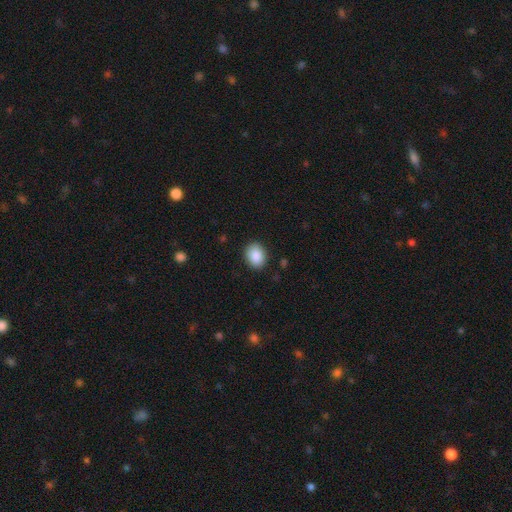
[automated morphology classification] Overall: smooth (89%). How rounded: in between (53%; round 46%). Merging: none (87%).